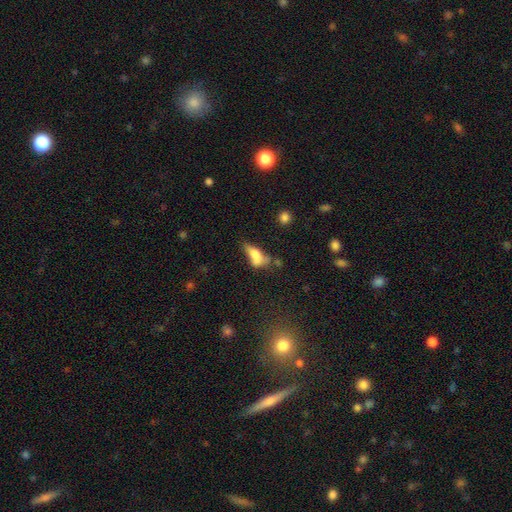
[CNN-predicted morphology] smooth 62%, featured or disk 27%, star or artifact 11%. Down the decision tree: how rounded — in between (69%); merging — major disturbance (26%, tied with none and minor disturbance).